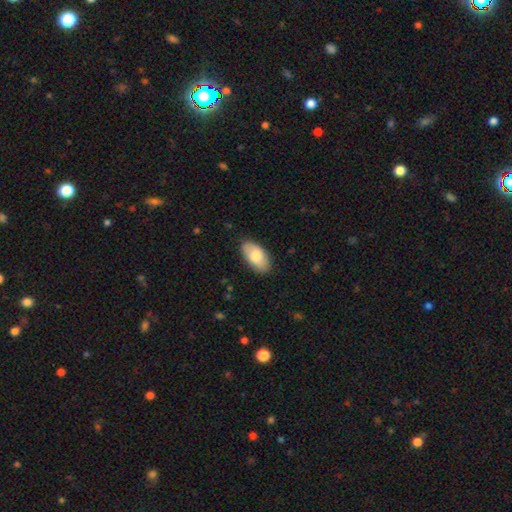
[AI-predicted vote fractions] smooth_or_featured: smooth (p=0.78) [alt: featured or disk p=0.17]
how_rounded: in between (p=0.95) [alt: round p=0.03]
merging: none (p=0.85) [alt: minor disturbance p=0.12]